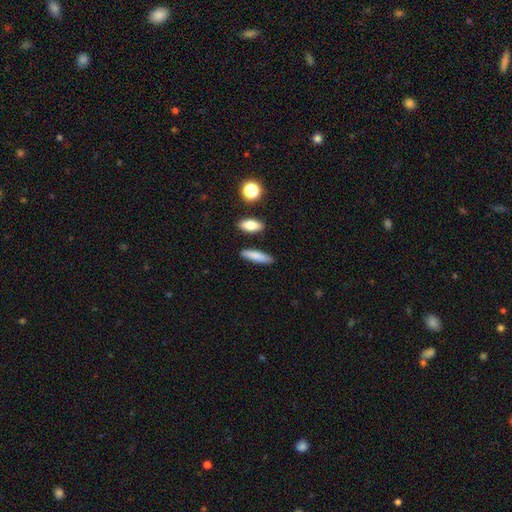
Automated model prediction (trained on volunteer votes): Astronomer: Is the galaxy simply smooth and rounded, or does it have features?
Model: smooth — 82%.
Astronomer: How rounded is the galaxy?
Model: cigar-shaped — 69%.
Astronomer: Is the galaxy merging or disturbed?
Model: none — 86%.